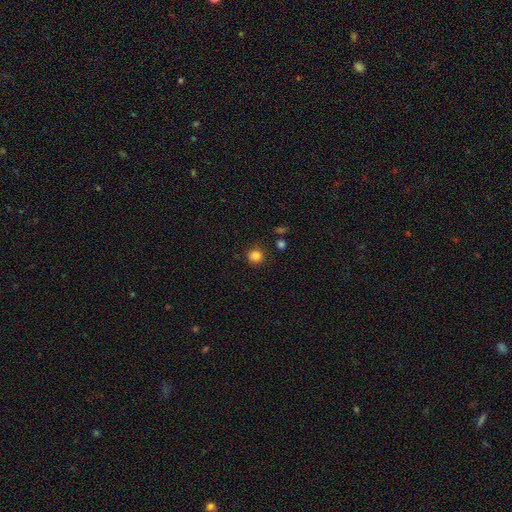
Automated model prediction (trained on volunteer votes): Morphology: type=smooth (84%); roundness=round (89%); merging=none (85%).